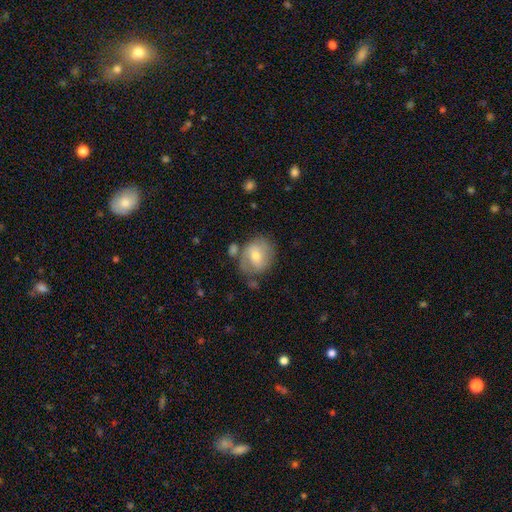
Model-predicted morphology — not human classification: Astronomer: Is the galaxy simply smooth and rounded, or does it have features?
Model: smooth — 56% (runner-up: featured or disk, 37%).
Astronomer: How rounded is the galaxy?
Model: round — 62%.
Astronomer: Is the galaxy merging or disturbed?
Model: none — 60%.